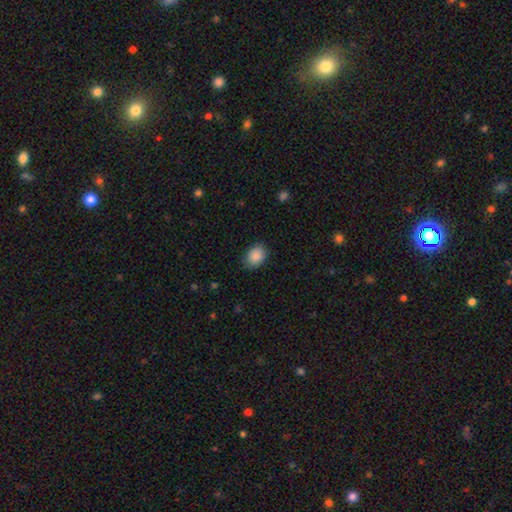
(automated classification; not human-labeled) smooth 89%, star or artifact 7%, featured or disk 4%. Down the decision tree: how rounded — in between (64%); merging — none (81%).